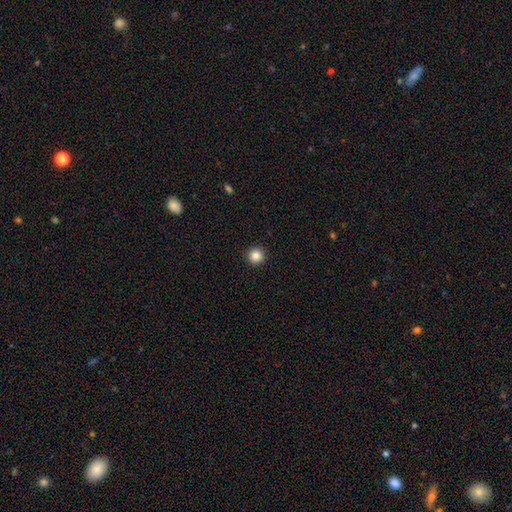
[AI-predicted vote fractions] smooth_or_featured: smooth (p=0.85) [alt: star or artifact p=0.11]
how_rounded: round (p=0.96) [alt: in between p=0.03]
merging: none (p=0.94) [alt: minor disturbance p=0.04]